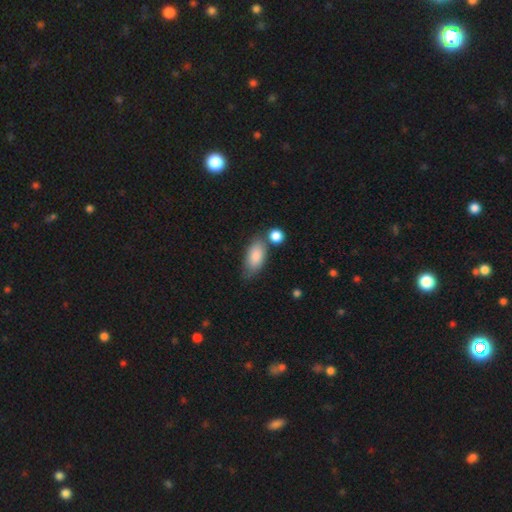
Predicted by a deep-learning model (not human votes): Smooth or featured?
  - smooth: 85% *
  - featured or disk: 9%
  - star or artifact: 6%
How rounded?
  - in between: 89% *
  - cigar-shaped: 8%
  - round: 3%
Merging?
  - none: 60% *
  - minor disturbance: 19%
  - merger: 15%
  - major disturbance: 5%